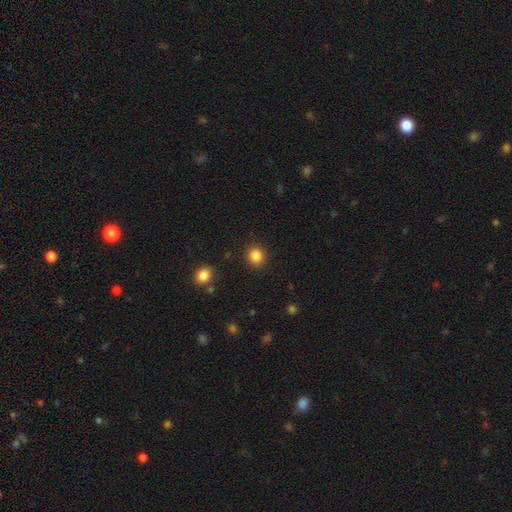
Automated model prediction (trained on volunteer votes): Morphology: type=smooth (86%); roundness=round (85%); merging=none (90%).